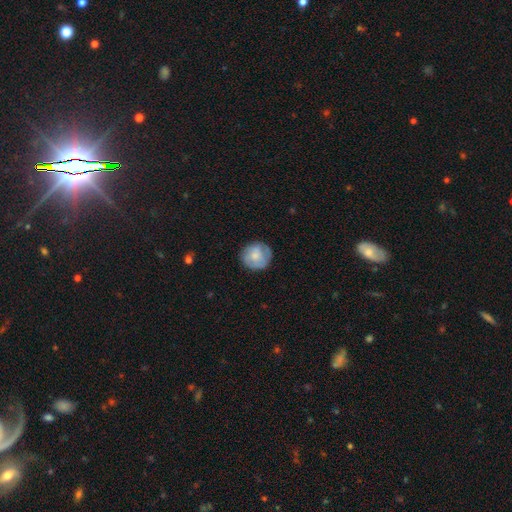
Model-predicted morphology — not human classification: Overall: smooth (64%; featured or disk 29%). How rounded: round (90%). Merging: none (77%).